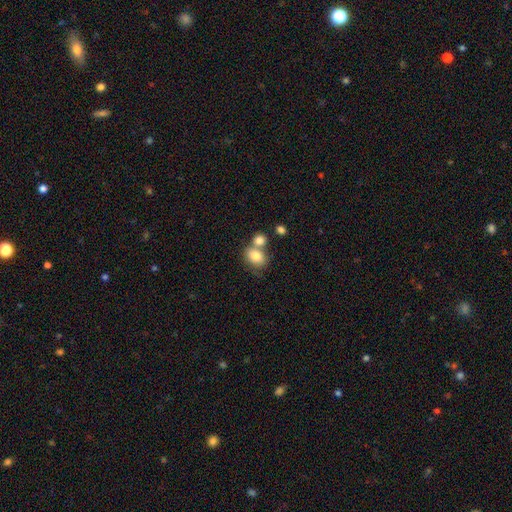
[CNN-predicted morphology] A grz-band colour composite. It shows a smooth galaxy with no disk features (80%) that is in between round and cigar-shaped (64%). Merging: merger (47%).